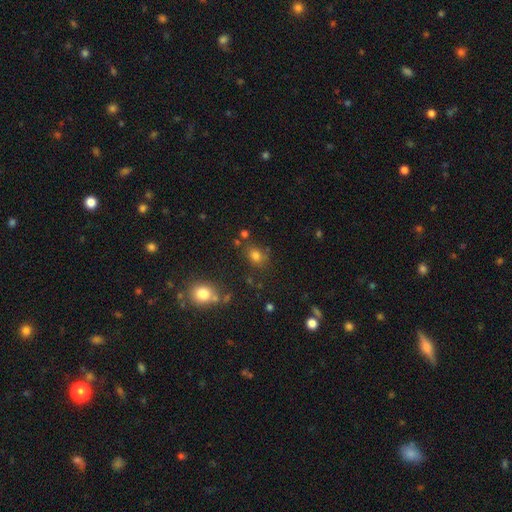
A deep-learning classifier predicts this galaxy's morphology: This appears to be a smooth galaxy with no disk features (75%) that is in between round and cigar-shaped (52%). Merging: none (73%).